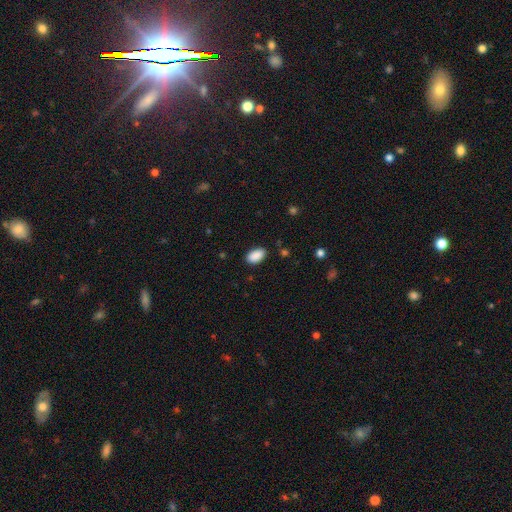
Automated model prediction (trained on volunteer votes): This is clearly a smooth galaxy (90%). How rounded: clearly in between (94%). Merging: clearly none (87%).